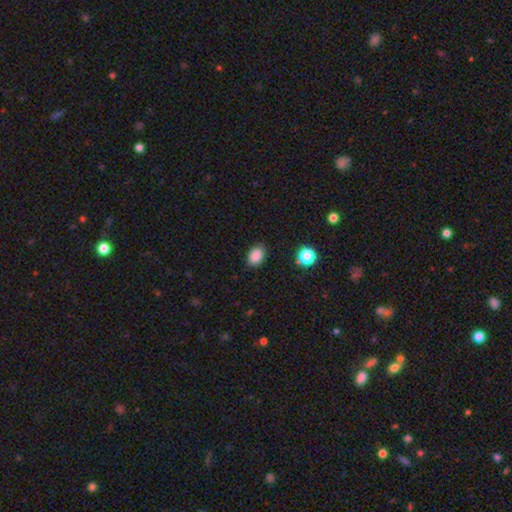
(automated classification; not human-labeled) Overall: smooth (86%). How rounded: in between (77%). Merging: none (83%).